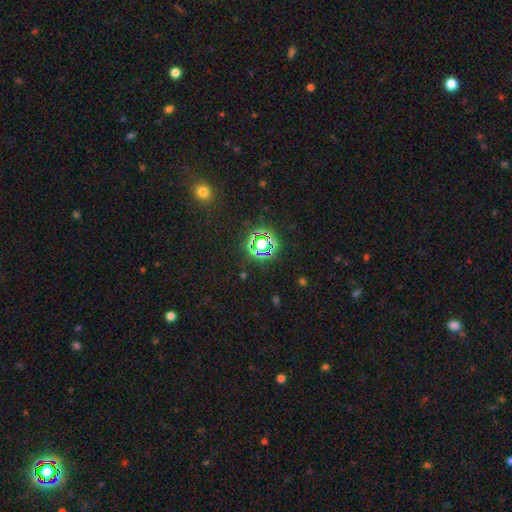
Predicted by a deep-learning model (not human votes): Smooth or featured? Predicted: star or artifact (p=0.66).